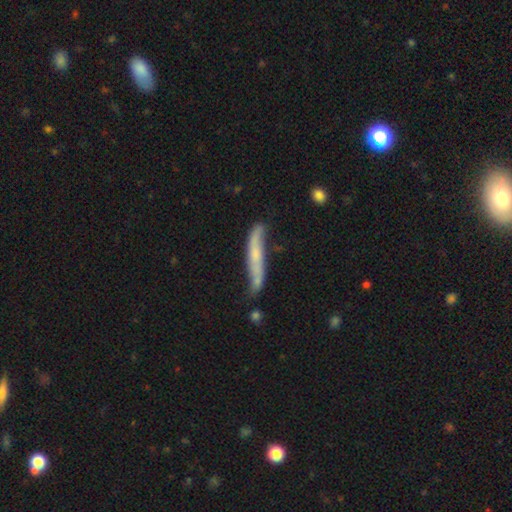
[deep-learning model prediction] smooth-or-featured: featured or disk: 56% | smooth: 38% | star or artifact: 6%
  disk-edge-on: yes: 60% | no: 40%
  merging: none: 50% | minor disturbance: 31% | major disturbance: 10% | merger: 8%